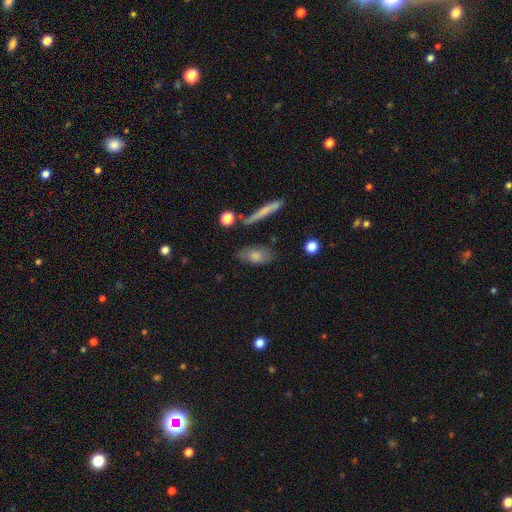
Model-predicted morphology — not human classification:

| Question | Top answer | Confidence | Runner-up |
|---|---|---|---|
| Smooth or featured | smooth | 73% | featured or disk (20%) |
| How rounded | in between | 78% | cigar-shaped (15%) |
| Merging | none | 70% | minor disturbance (19%) |